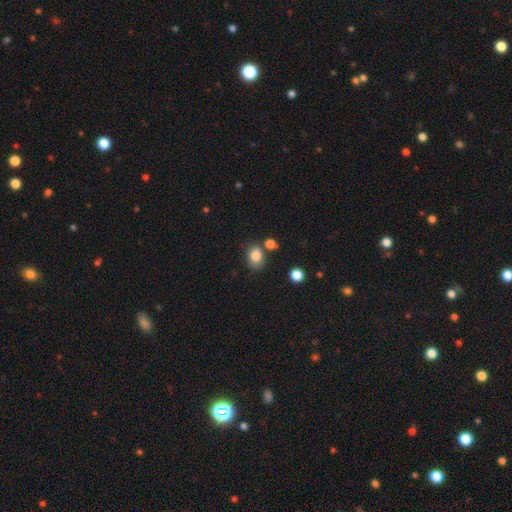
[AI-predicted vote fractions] Q: Smooth or featured?
A: smooth (83%); runner-up: star or artifact (10%)
Q: How rounded?
A: in between (58%); runner-up: round (41%)
Q: Merging?
A: none (66%); runner-up: minor disturbance (17%)